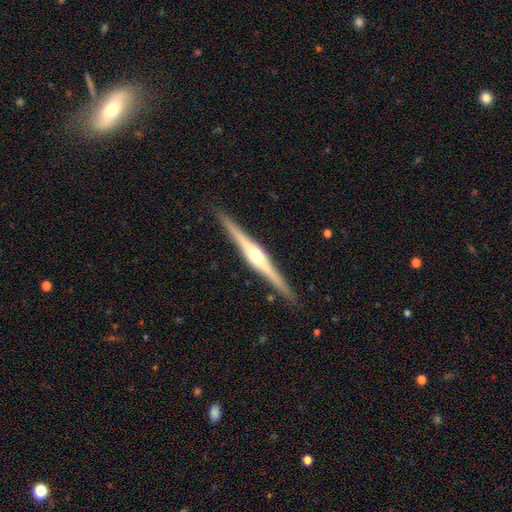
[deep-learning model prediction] This is clearly a featured or disk galaxy (85%). It is clearly viewed edge-on (99%). Edge-on bulge: clearly rounded (88%). Merging: clearly none (91%).